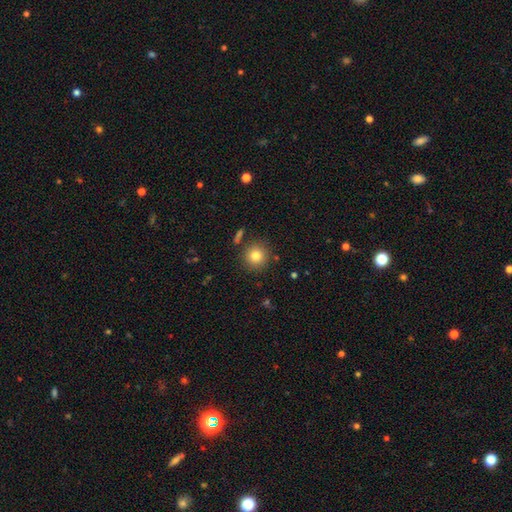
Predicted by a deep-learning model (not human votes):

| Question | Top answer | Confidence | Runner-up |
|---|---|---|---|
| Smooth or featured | smooth | 80% | star or artifact (12%) |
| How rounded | round | 94% | in between (5%) |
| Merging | none | 86% | minor disturbance (8%) |